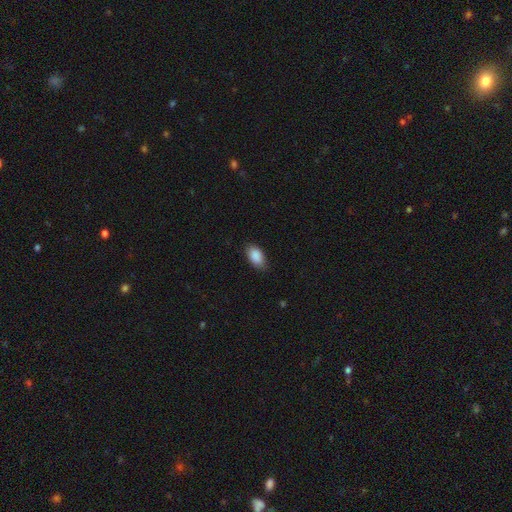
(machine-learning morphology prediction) Smooth or featured? smooth (90%)
How rounded? in between (93%)
Merging? none (81%)